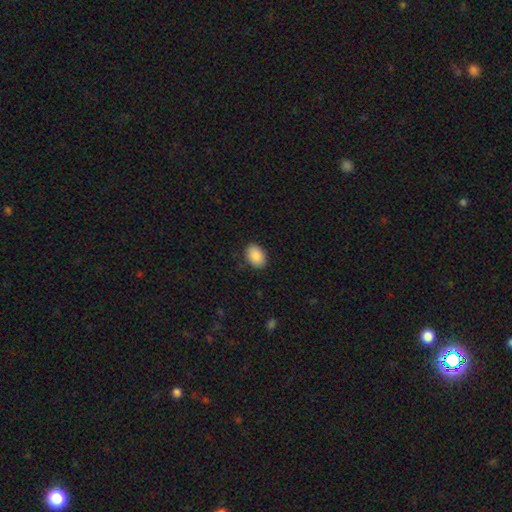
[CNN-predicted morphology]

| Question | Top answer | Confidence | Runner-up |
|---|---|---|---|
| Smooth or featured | smooth | 90% | star or artifact (7%) |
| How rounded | in between | 78% | round (21%) |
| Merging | none | 88% | minor disturbance (9%) |